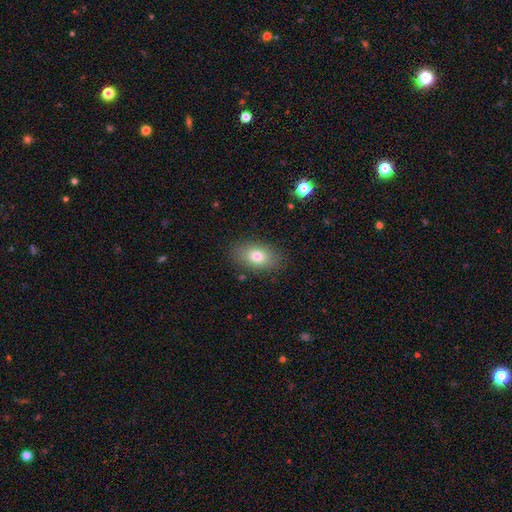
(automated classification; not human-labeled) Smooth or featured?
  - smooth: 79% *
  - featured or disk: 12%
  - star or artifact: 9%
How rounded?
  - in between: 87% *
  - round: 11%
  - cigar-shaped: 2%
Merging?
  - none: 86% *
  - minor disturbance: 10%
  - major disturbance: 3%
  - merger: 1%